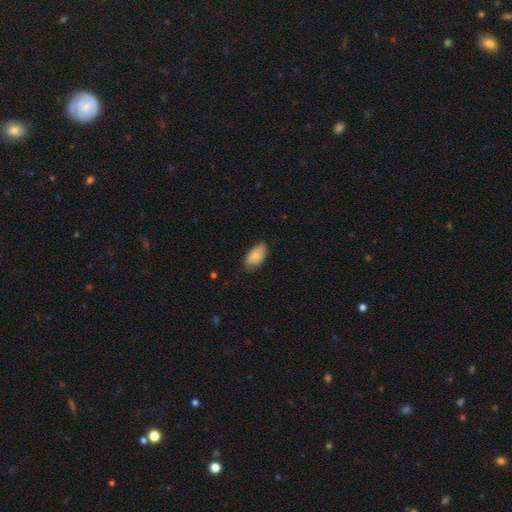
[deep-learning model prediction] Overall: smooth (82%). How rounded: in between (94%). Merging: none (74%).